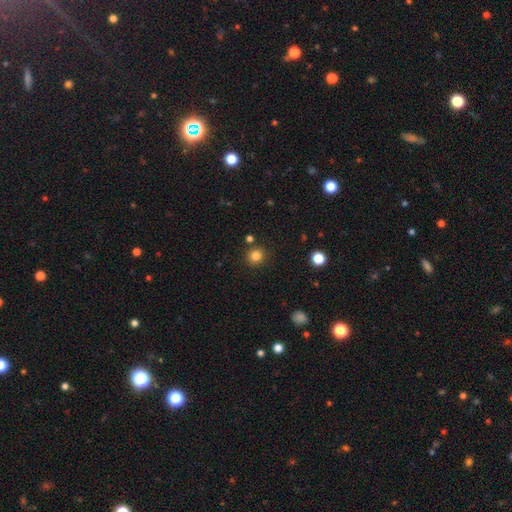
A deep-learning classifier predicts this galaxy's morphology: type=smooth (82%); roundness=round (92%); merging=none (87%).